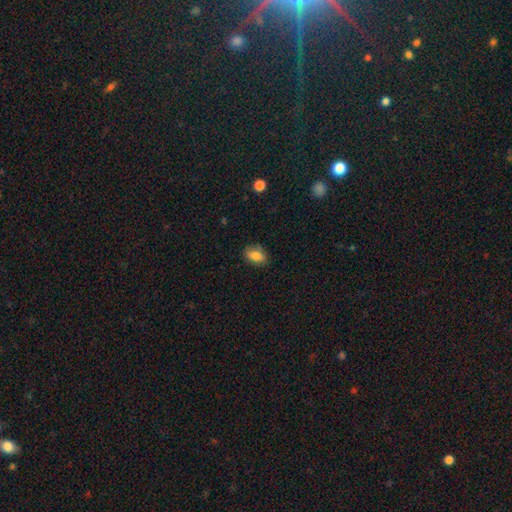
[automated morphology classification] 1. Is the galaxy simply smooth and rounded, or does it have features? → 83% smooth, 9% star or artifact, 8% featured or disk.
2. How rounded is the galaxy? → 83% in between, 14% round, 2% cigar-shaped.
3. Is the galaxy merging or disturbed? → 80% none, 16% minor disturbance, 3% major disturbance, 2% merger.